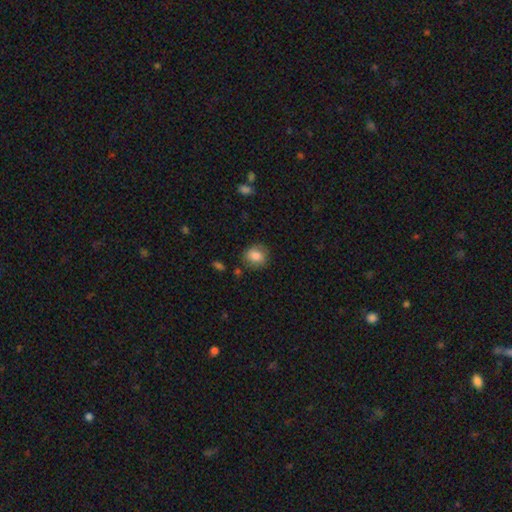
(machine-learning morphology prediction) This appears to be a smooth galaxy with no disk features (81%) that is round (75%). Merging: none (80%).